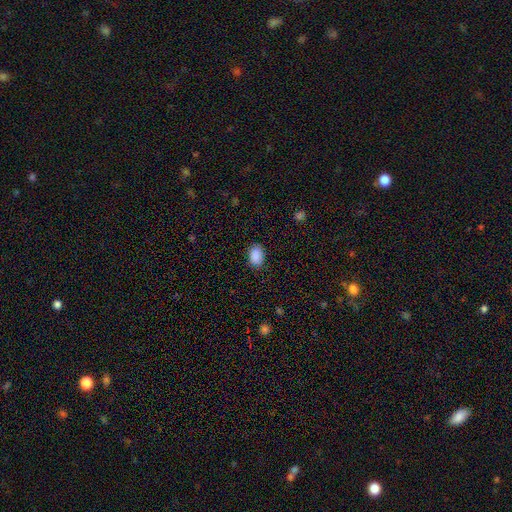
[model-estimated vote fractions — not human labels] A smooth galaxy with no disk features (89%) that is in between round and cigar-shaped (84%).

Vote fractions:
- Smooth or featured? smooth: 89% / star or artifact: 8% / featured or disk: 3%
- How rounded? in between: 84% / round: 15% / cigar-shaped: 1%
- Merging? none: 85% / minor disturbance: 12% / major disturbance: 3% / merger: 1%